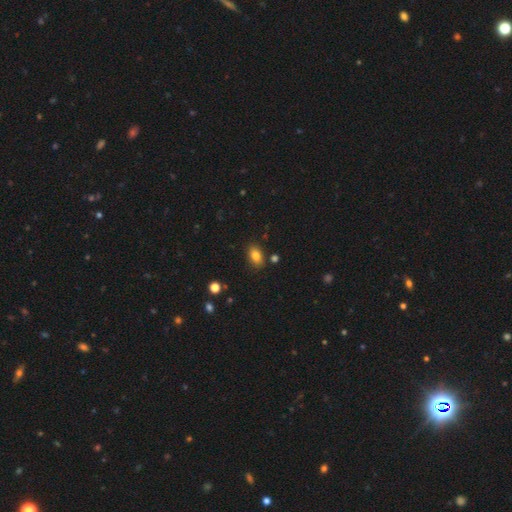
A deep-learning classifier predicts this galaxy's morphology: This is clearly a smooth galaxy (81%). How rounded: clearly in between (85%). Merging: clearly none (84%).